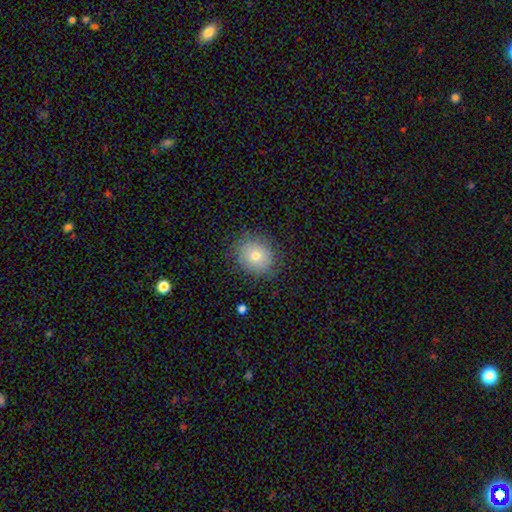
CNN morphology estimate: This appears to be a smooth galaxy with no disk features (72%) that is round (75%). Merging: none (80%).